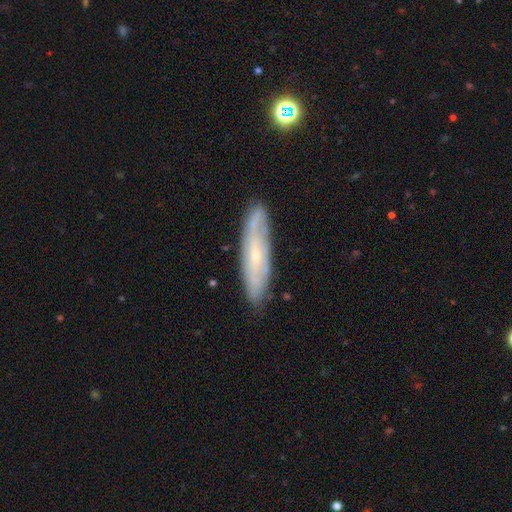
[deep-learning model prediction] smooth-or-featured: featured or disk: 68% | smooth: 25% | star or artifact: 7%
  disk-edge-on: no: 65% | yes: 35%
  merging: none: 81% | minor disturbance: 15% | major disturbance: 3% | merger: 2%